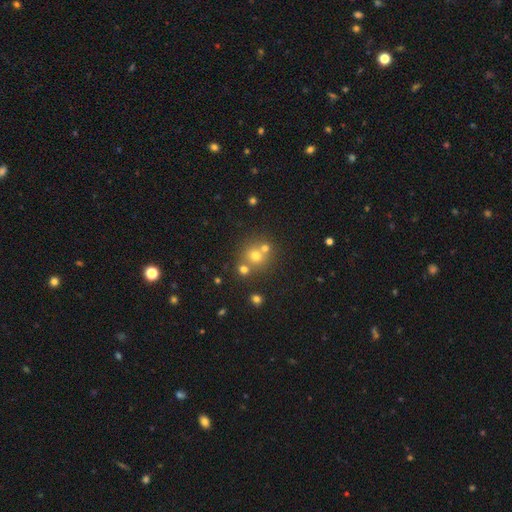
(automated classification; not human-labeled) A smooth galaxy with no disk features (65%) that is round (87%). Merging: none (56%).